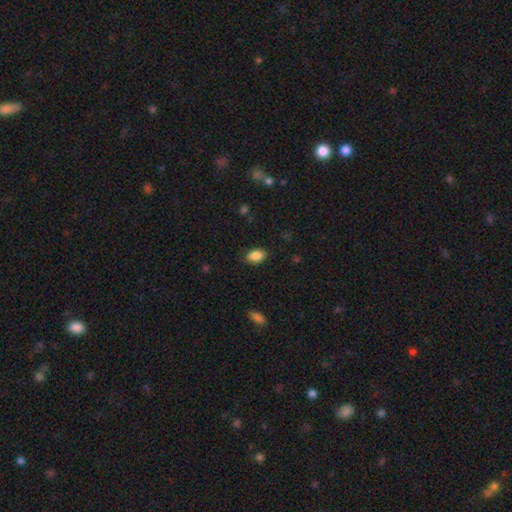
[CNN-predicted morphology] Overall: smooth (88%). How rounded: in between (88%). Merging: none (85%).